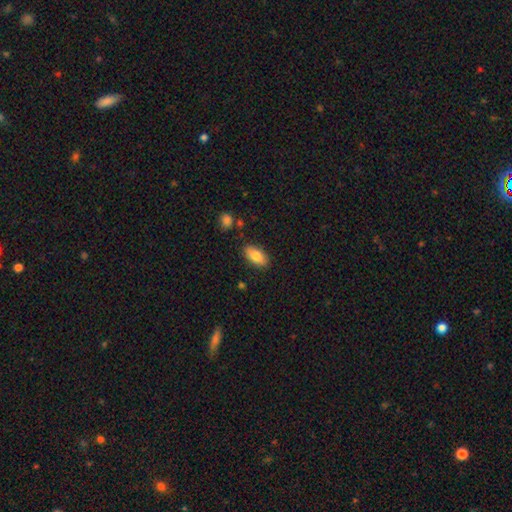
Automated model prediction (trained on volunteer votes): This appears to be a smooth galaxy with no disk features (82%) that is in between round and cigar-shaped (91%). Merging: none (85%).